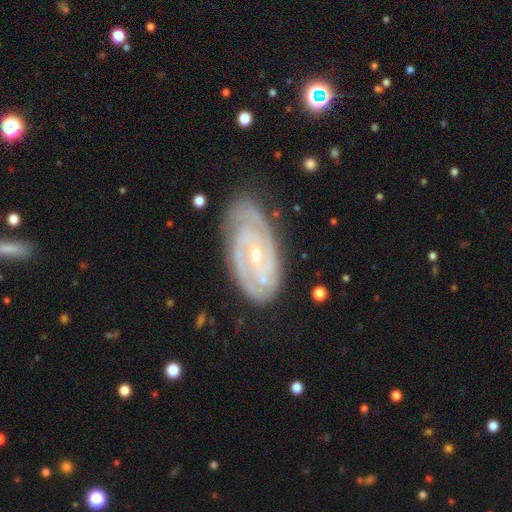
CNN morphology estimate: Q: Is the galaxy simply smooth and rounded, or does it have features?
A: featured or disk — 89%.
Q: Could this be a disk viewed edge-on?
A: no — 95%.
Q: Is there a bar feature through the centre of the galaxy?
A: no — 43%.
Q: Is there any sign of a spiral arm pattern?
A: yes — 98%.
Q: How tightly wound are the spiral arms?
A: tight — 74%.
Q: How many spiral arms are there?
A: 2 — 60%.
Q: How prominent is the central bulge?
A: small — 68%.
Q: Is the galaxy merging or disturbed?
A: none — 78%.